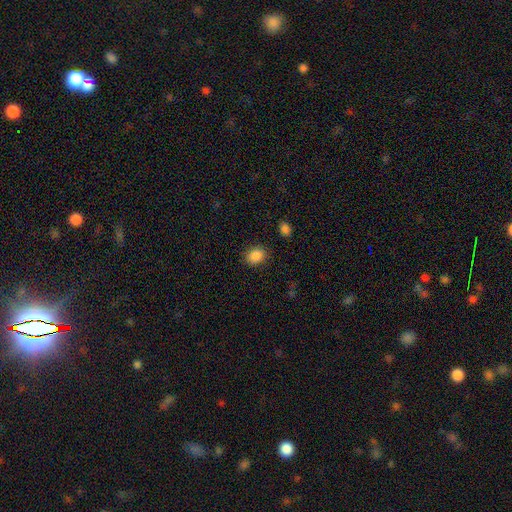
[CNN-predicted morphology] smooth-or-featured: smooth: 87% | star or artifact: 9% | featured or disk: 3%
  how-rounded: in between: 55% | round: 44% | cigar-shaped: 1%
  merging: none: 84% | minor disturbance: 11% | major disturbance: 3% | merger: 2%